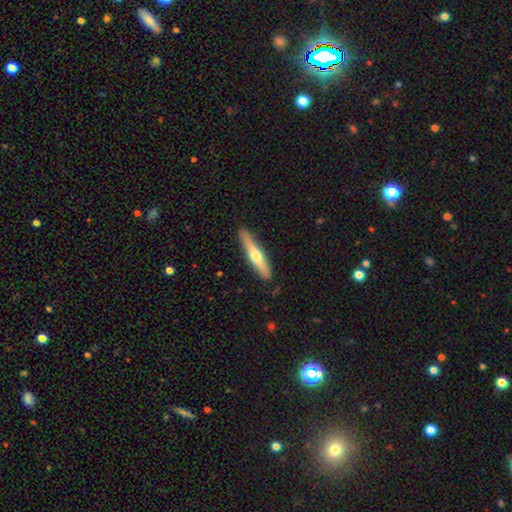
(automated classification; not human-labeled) featured or disk 50%, smooth 45%, star or artifact 5%. Down the decision tree: edge-on disk — yes (94%); merging — none (88%).